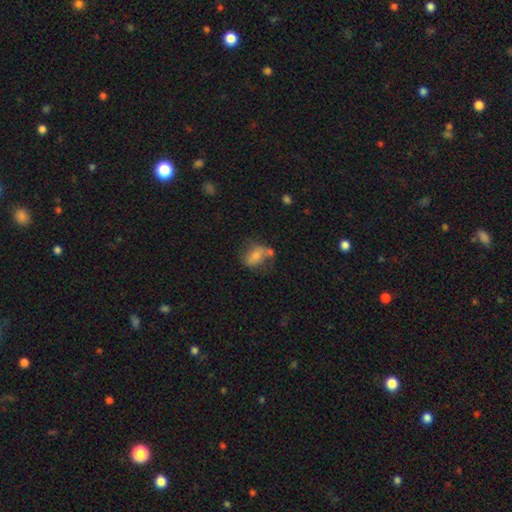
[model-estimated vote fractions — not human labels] Smooth or featured: smooth — 59% (featured or disk — 32%)
How rounded: in between — 74% (round — 23%)
Merging: none — 44% (minor disturbance — 23%)